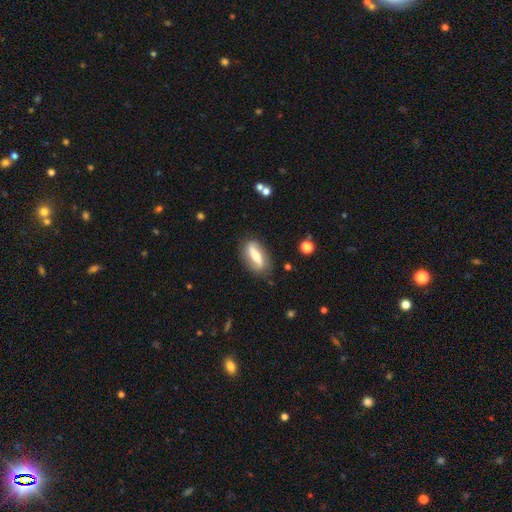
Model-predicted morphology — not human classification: smooth_or_featured: featured or disk (p=0.59) [alt: smooth p=0.35]
disk_edge_on: no (p=0.71) [alt: yes p=0.29]
merging: none (p=0.82) [alt: minor disturbance p=0.13]